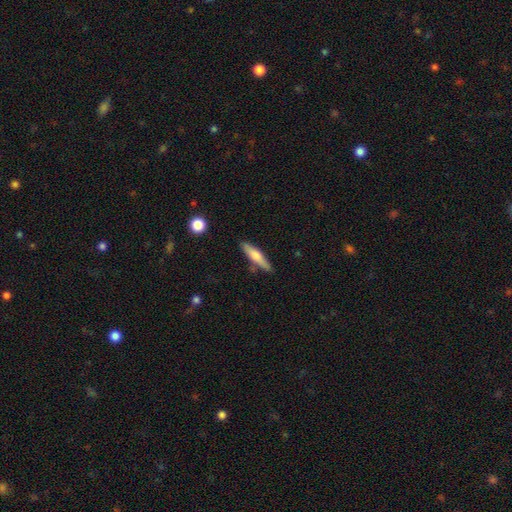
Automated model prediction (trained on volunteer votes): Overall: smooth (59%; featured or disk 35%). How rounded: cigar-shaped (82%). Merging: none (83%).